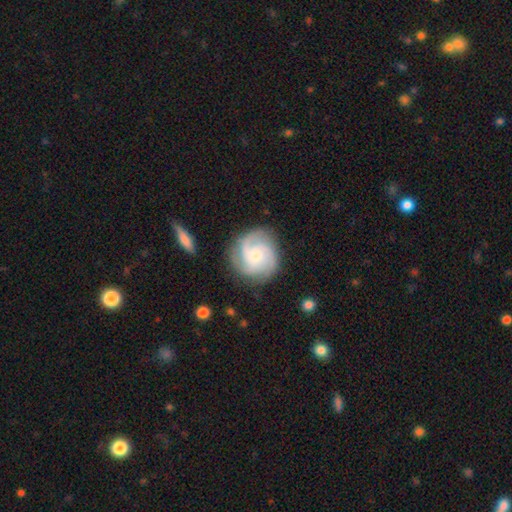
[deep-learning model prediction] Overall: featured or disk (79%). Edge-on disk: no (98%). Bar: no (72%). Spiral arms: yes (97%). Spiral arm count: 3 (54%). Spiral winding: tight (49%; medium 40%). Bulge size: small (66%; moderate 29%). Merging: none (78%).